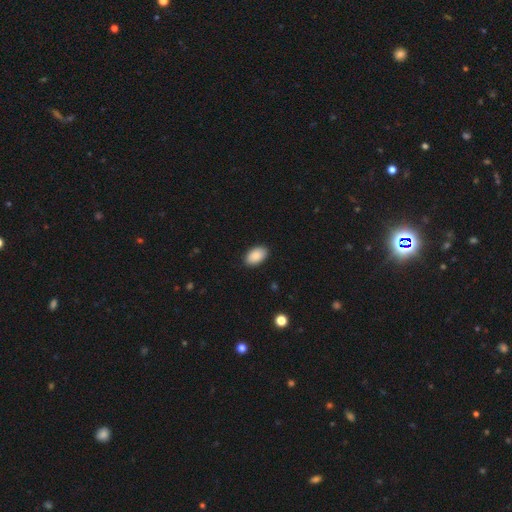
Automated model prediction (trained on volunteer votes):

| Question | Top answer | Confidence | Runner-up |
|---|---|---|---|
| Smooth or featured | smooth | 90% | star or artifact (7%) |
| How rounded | in between | 93% | round (5%) |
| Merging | none | 89% | minor disturbance (8%) |